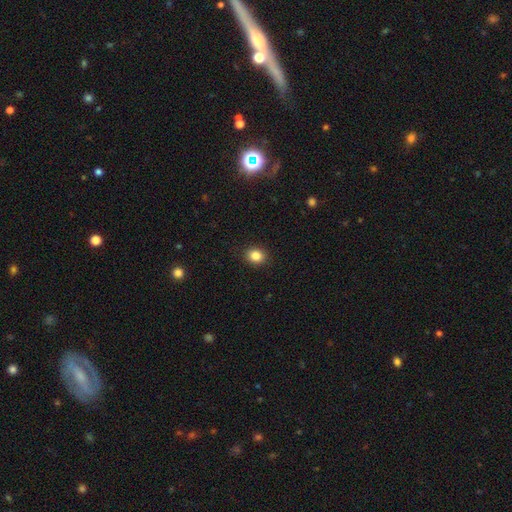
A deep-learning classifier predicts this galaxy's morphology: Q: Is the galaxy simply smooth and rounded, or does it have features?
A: smooth — 85%.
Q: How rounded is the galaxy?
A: round — 61%.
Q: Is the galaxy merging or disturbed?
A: none — 90%.